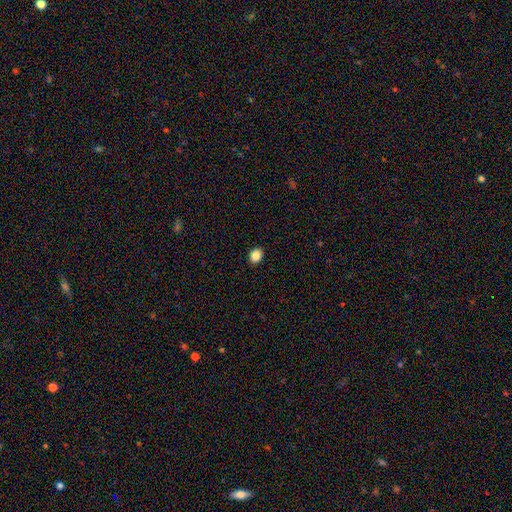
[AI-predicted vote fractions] Smooth or featured? Predicted: smooth (p=0.86). How rounded? Predicted: round (p=0.51). Merging? Predicted: none (p=0.92).